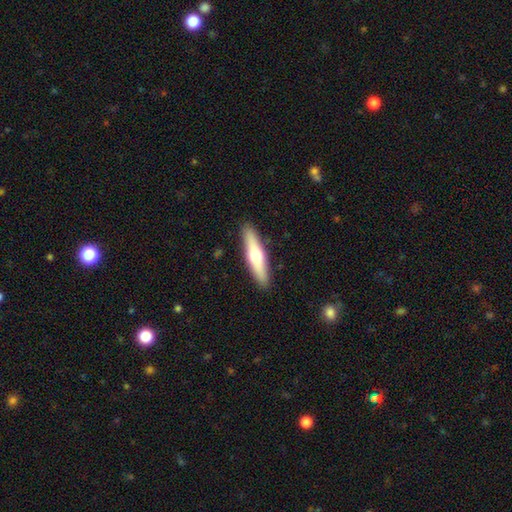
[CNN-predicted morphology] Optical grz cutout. It shows a smooth galaxy with no disk features (53%) that is cigar-shaped (80%). Merging: none (90%).